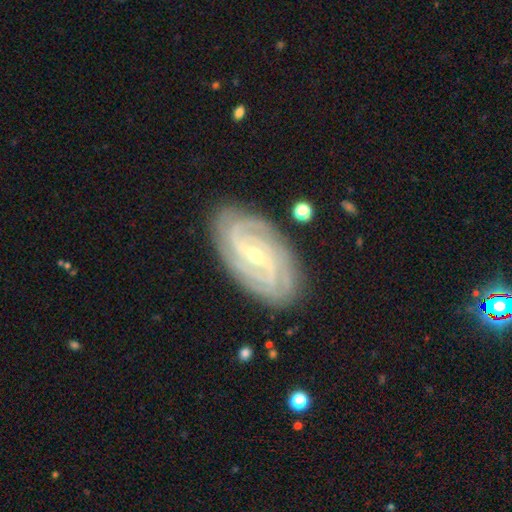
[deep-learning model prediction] Morphology: type=featured or disk (91%); edge-on=no (96%); bar=weak (42%); spiral arms=yes (98%); winding=tight (70%); arm count=4 (31%); bulge=small (66%); merging=none (85%).